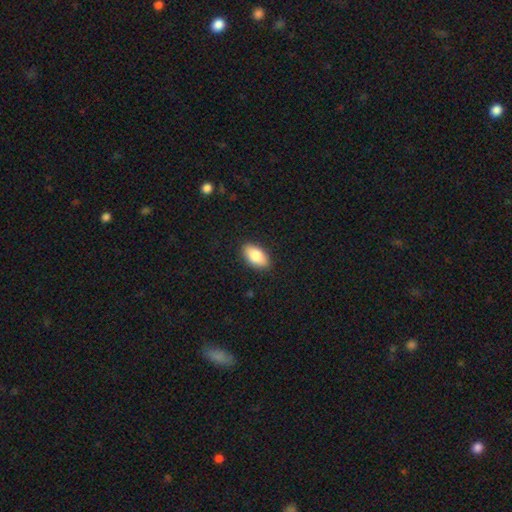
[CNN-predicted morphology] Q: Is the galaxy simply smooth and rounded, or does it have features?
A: smooth — 84%.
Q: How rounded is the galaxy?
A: in between — 93%.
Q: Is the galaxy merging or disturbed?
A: none — 89%.